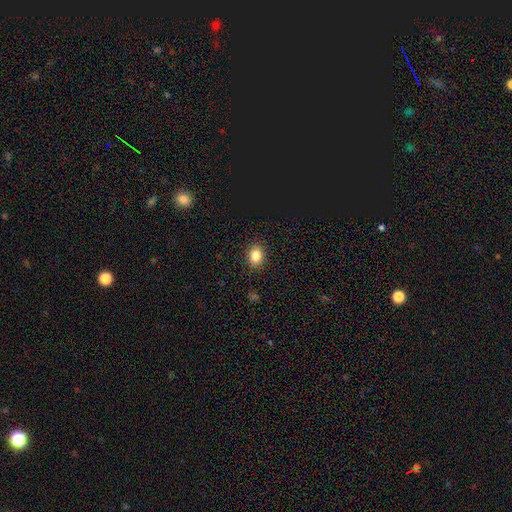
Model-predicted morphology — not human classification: Smooth or featured?
  - smooth: 83% *
  - star or artifact: 11%
  - featured or disk: 6%
How rounded?
  - in between: 50% *
  - round: 49%
  - cigar-shaped: 1%
Merging?
  - none: 89% *
  - minor disturbance: 7%
  - major disturbance: 2%
  - merger: 1%